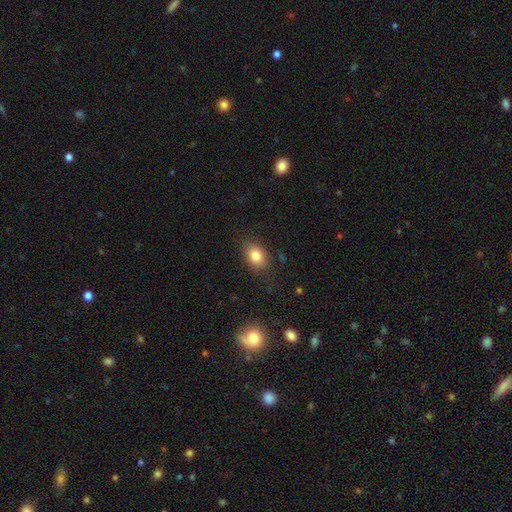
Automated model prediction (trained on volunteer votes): A smooth galaxy with no disk features (82%) that is in between round and cigar-shaped (75%).

Vote fractions:
- Smooth or featured? smooth: 82% / star or artifact: 10% / featured or disk: 9%
- How rounded? in between: 75% / round: 24% / cigar-shaped: 1%
- Merging? none: 80% / minor disturbance: 15% / major disturbance: 4% / merger: 1%